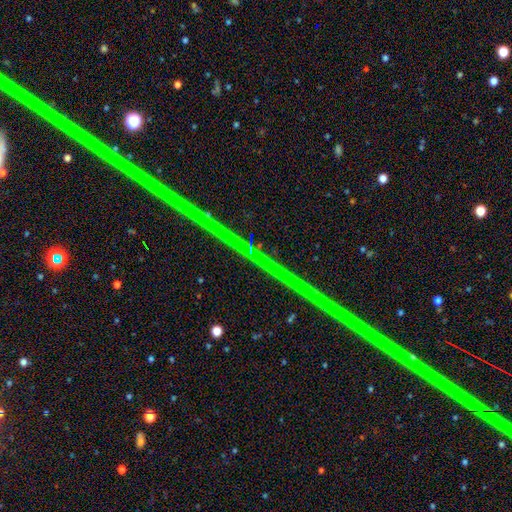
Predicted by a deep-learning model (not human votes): smooth_or_featured: star or artifact (p=0.89) [alt: featured or disk p=0.07]